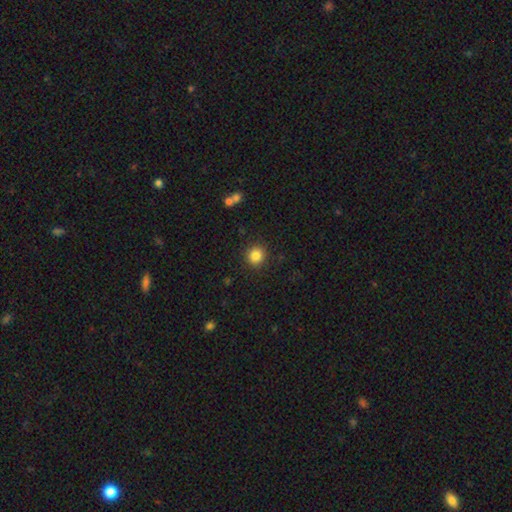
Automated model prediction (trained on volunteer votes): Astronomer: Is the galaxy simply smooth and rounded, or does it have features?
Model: smooth — 84%.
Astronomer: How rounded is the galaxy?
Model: round — 91%.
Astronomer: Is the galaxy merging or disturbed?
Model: none — 90%.